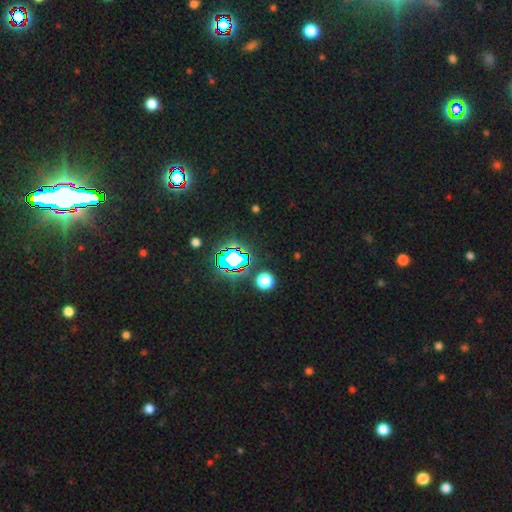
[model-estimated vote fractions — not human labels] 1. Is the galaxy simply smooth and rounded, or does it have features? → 81% star or artifact, 12% smooth, 7% featured or disk.